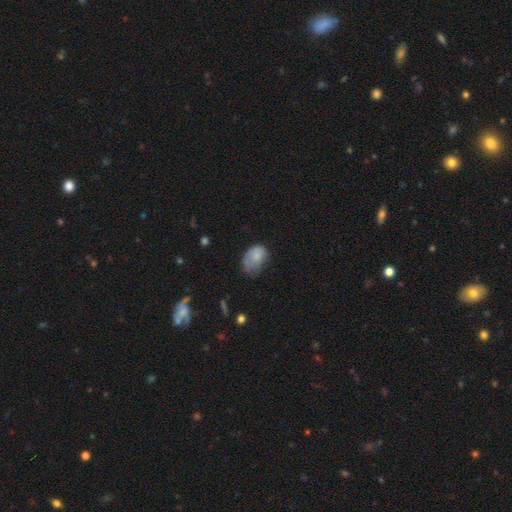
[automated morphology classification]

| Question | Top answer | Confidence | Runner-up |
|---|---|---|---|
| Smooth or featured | smooth | 74% | featured or disk (19%) |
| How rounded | in between | 79% | round (20%) |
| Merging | minor disturbance | 40% | none (30%) |